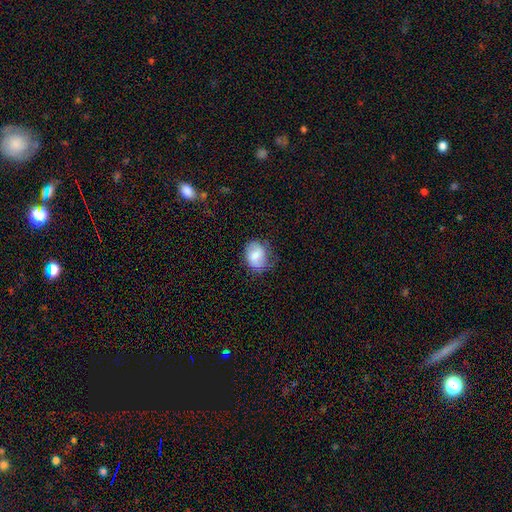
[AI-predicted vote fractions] This is likely a smooth galaxy (69%). How rounded: possibly in between (58%). Merging: possibly none (58%).